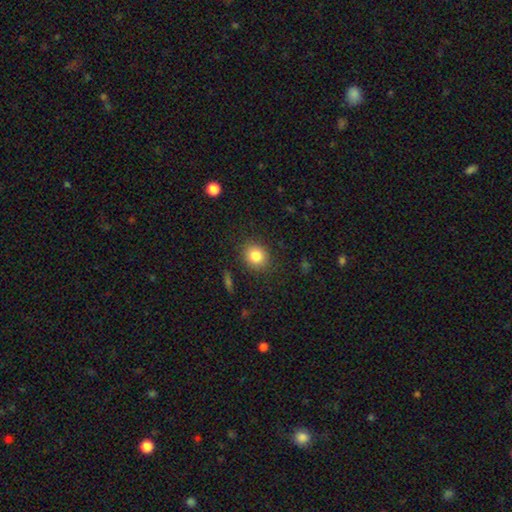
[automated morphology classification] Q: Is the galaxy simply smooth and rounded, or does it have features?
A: smooth — 83%.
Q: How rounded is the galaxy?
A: round — 73%.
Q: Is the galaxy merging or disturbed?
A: none — 87%.